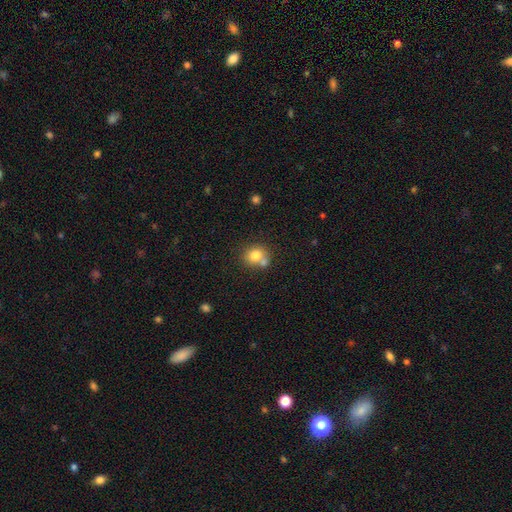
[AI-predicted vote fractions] This is likely a smooth galaxy (77%). How rounded: likely round (77%). Merging: possibly none (48%).